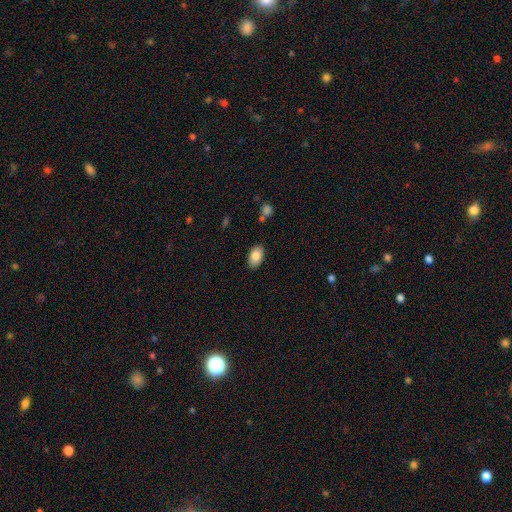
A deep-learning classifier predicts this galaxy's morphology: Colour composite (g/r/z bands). It shows a smooth galaxy with no disk features (84%) that is in between round and cigar-shaped (93%). Merging: none (87%).